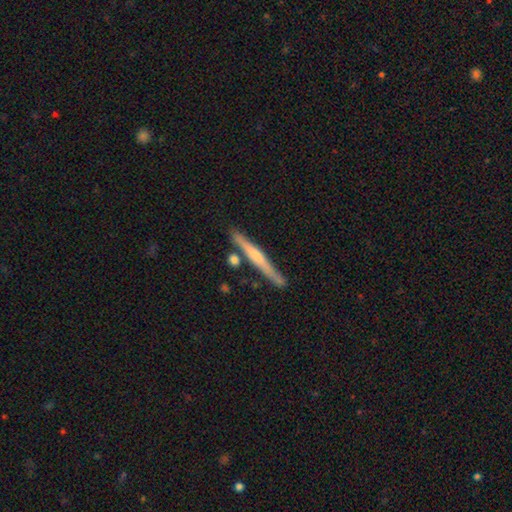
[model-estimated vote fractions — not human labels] Smooth or featured? Predicted: featured or disk (p=0.54). Edge-on disk? Predicted: yes (p=0.96). Edge-on bulge? Predicted: none (p=0.44). Merging? Predicted: none (p=0.79).